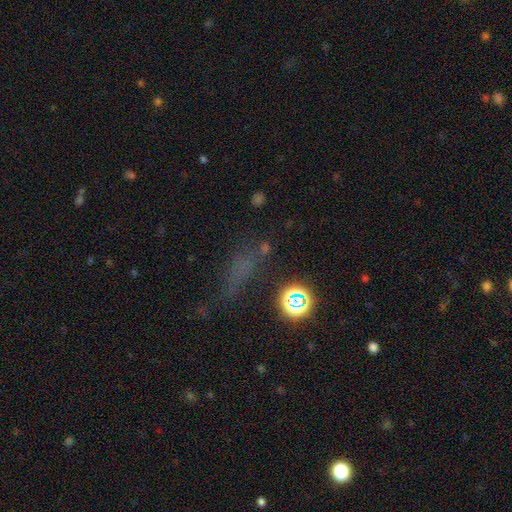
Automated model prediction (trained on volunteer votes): The model was most divided on "smooth or featured": star or artifact: 43%, smooth: 42%, featured or disk: 15%.